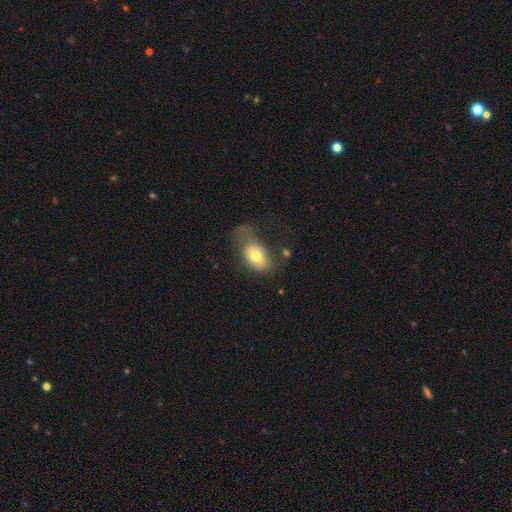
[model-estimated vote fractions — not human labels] Smooth or featured? smooth (71%)
How rounded? in between (83%)
Merging? major disturbance (40%)